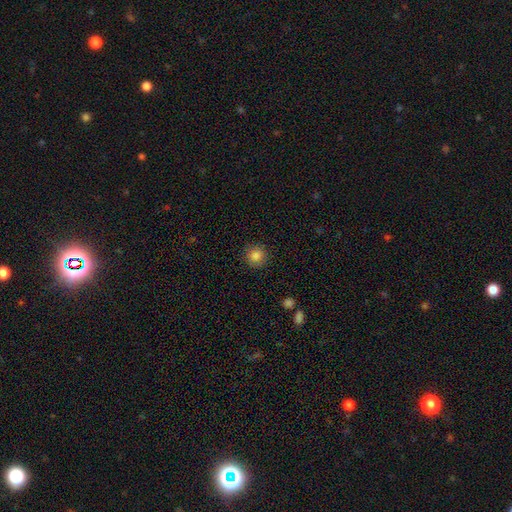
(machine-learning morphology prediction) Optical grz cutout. It shows a smooth galaxy with no disk features (84%) that is round (93%). Merging: none (90%).